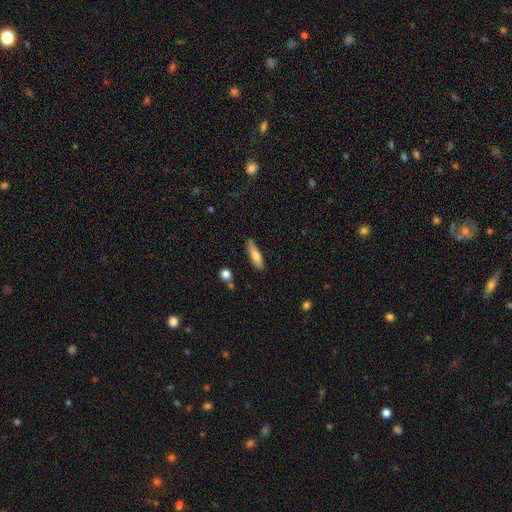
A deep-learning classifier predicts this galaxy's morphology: The model was most divided on "how rounded": cigar-shaped: 67%, in between: 31%, round: 2%. More confident: merging — none (80%); smooth or featured — smooth (74%).